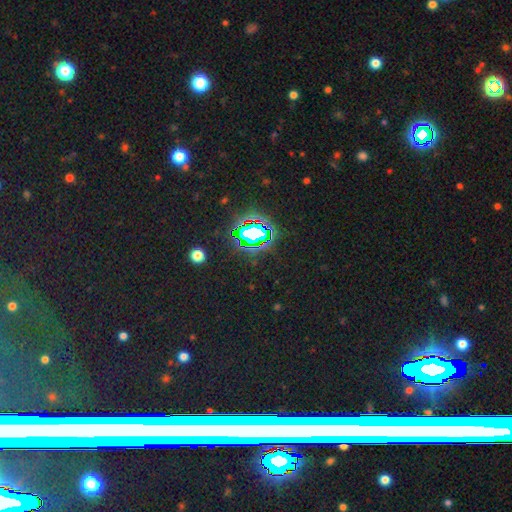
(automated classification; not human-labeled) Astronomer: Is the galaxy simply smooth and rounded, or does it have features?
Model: star or artifact — 76%.